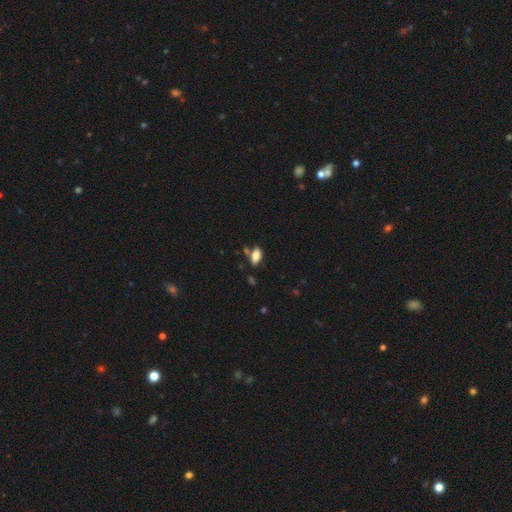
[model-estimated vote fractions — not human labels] Morphology: type=smooth (83%); roundness=in between (89%); merging=none (67%).